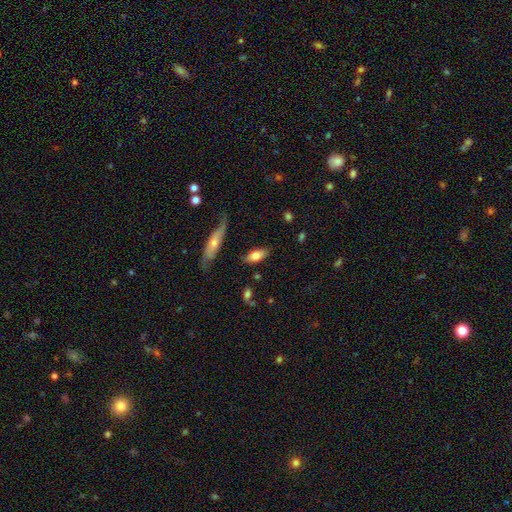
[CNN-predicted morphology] smooth 77%, featured or disk 16%, star or artifact 7%. Down the decision tree: how rounded — in between (84%); merging — none (80%).